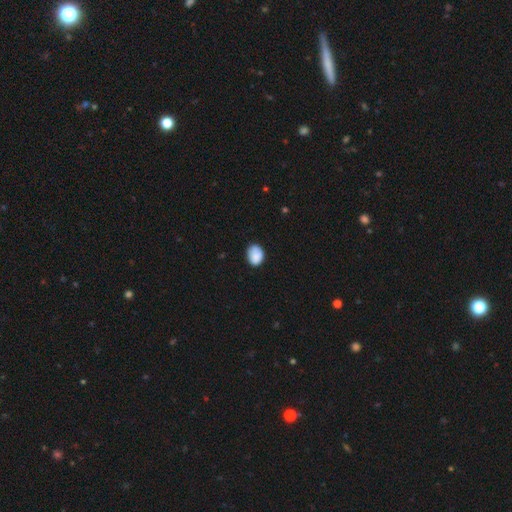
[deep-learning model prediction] Overall: smooth (87%). How rounded: in between (62%; round 38%). Merging: none (73%).